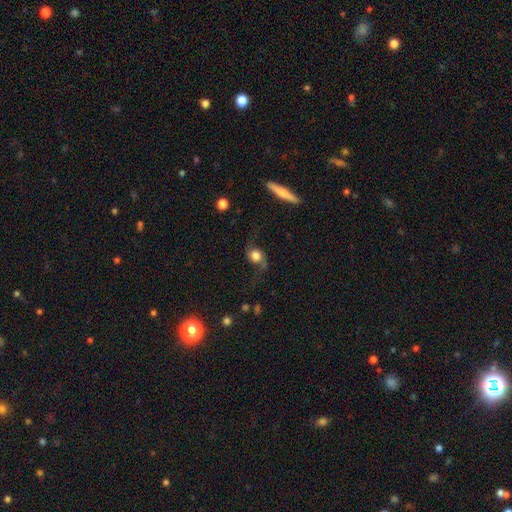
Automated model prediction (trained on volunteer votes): Smooth or featured: featured or disk — 49% (smooth — 41%)
Merging: none — 54% (major disturbance — 23%)